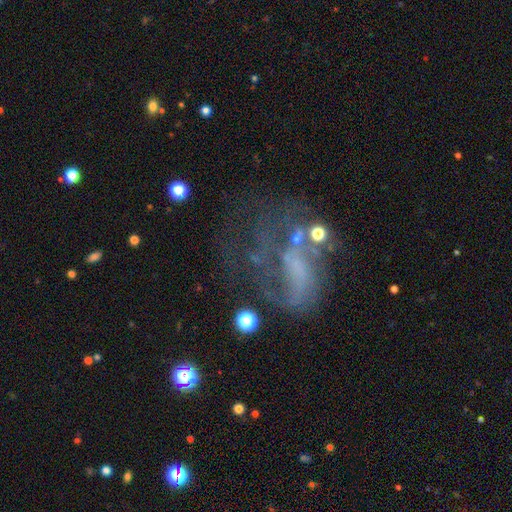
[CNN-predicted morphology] Smooth or featured? featured or disk (61%)
Edge-on disk? no (97%)
Bar? no (68%)
Spiral arms? no (54%)
Bulge size? none (64%)
Merging? major disturbance (44%)